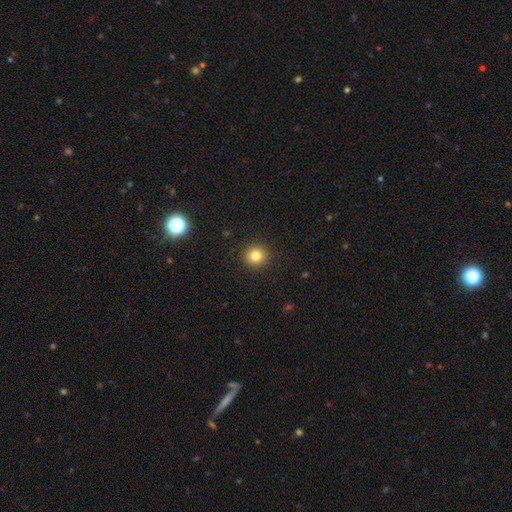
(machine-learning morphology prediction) Smooth or featured? Predicted: smooth (p=0.82). How rounded? Predicted: round (p=0.93). Merging? Predicted: none (p=0.92).